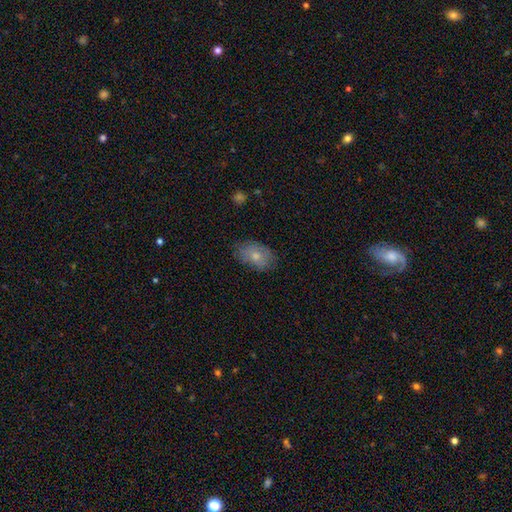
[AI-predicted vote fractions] Morphology: type=smooth (74%); roundness=in between (87%); merging=none (76%).